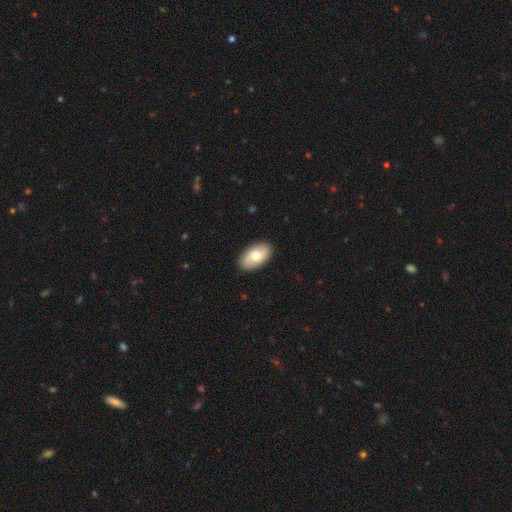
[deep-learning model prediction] Smooth or featured?
  - smooth: 70% *
  - featured or disk: 24%
  - star or artifact: 6%
How rounded?
  - in between: 94% *
  - round: 4%
  - cigar-shaped: 2%
Merging?
  - none: 89% *
  - minor disturbance: 8%
  - major disturbance: 2%
  - merger: 1%